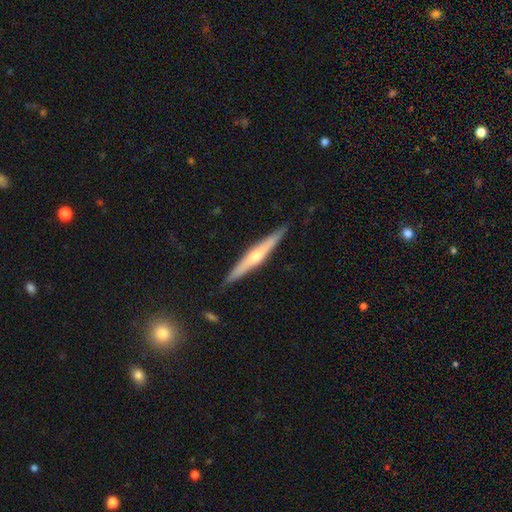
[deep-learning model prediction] This appears to be a featured or disk galaxy (74%) viewed edge-on (98%) with a rounded central bulge (78%). Merging: none (90%).